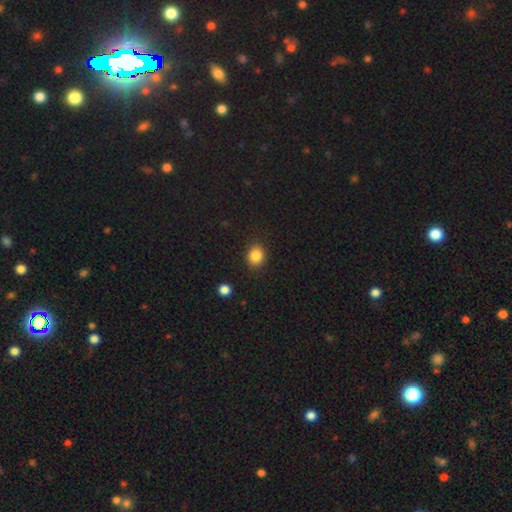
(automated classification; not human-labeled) Smooth or featured: smooth — 85% (star or artifact — 10%)
How rounded: round — 68% (in between — 31%)
Merging: none — 88% (minor disturbance — 8%)